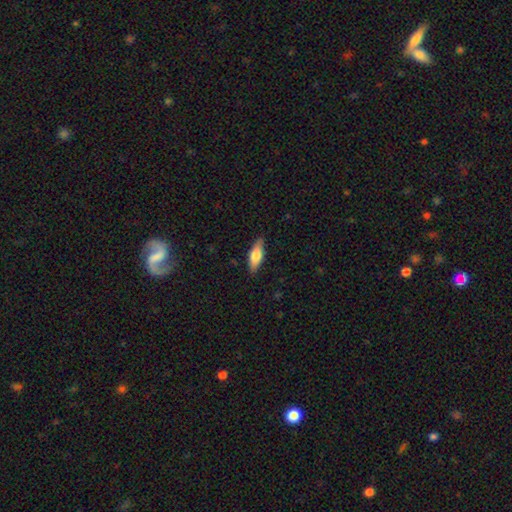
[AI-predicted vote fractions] Q: Smooth or featured?
A: smooth (72%); runner-up: featured or disk (22%)
Q: How rounded?
A: in between (69%); runner-up: cigar-shaped (28%)
Q: Merging?
A: none (83%); runner-up: minor disturbance (14%)